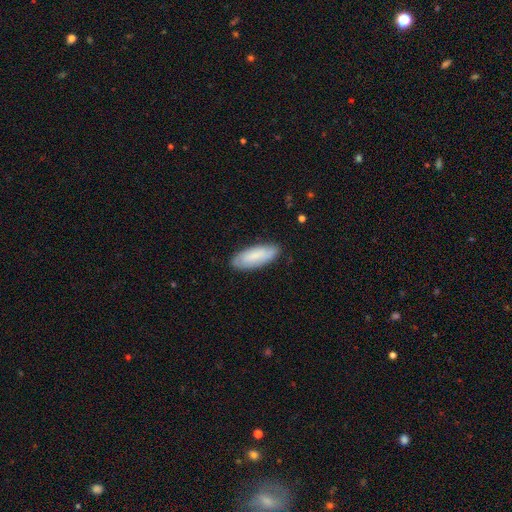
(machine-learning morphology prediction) Overall: smooth (78%). How rounded: in between (73%). Merging: none (84%).